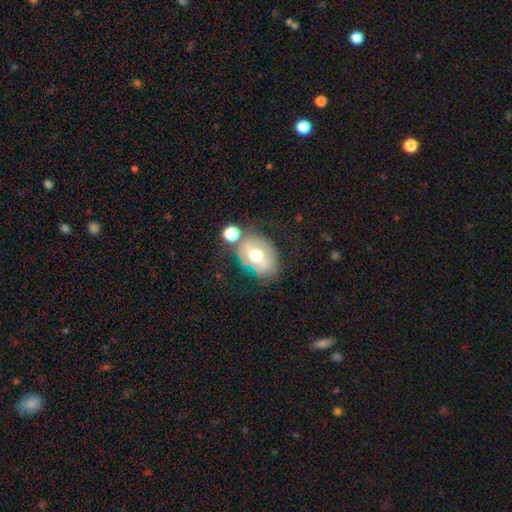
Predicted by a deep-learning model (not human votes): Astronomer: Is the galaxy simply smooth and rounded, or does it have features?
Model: smooth — 48% (runner-up: featured or disk, 41%).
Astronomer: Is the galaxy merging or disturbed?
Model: none — 56%.